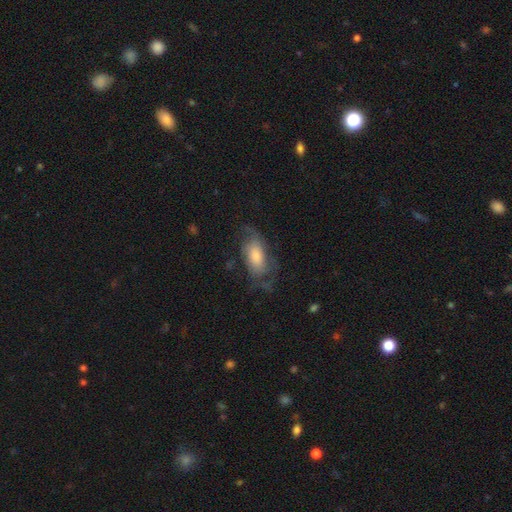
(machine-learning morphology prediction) A featured or disk galaxy (54%).

Vote fractions:
- Smooth or featured? featured or disk: 54% / smooth: 38% / star or artifact: 8%
- Edge-on disk? no: 90% / yes: 10%
- Merging? none: 54% / minor disturbance: 24% / major disturbance: 21% / merger: 2%